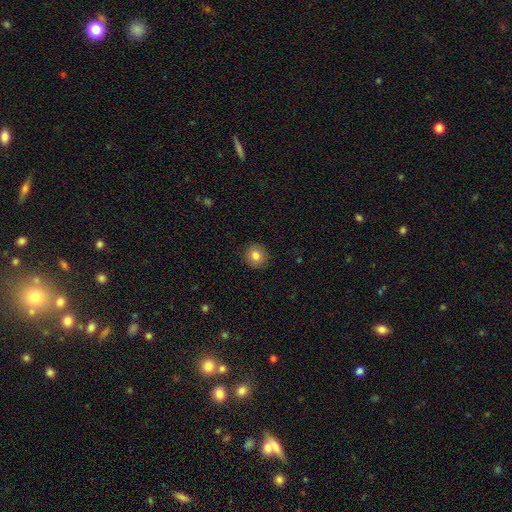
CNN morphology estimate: Smooth or featured? smooth (83%)
How rounded? round (90%)
Merging? none (91%)